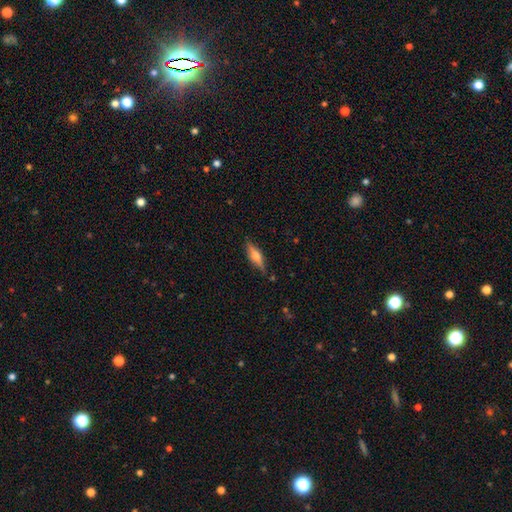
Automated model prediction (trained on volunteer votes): Morphology: type=featured or disk (52%); edge-on=yes (94%); merging=none (82%).